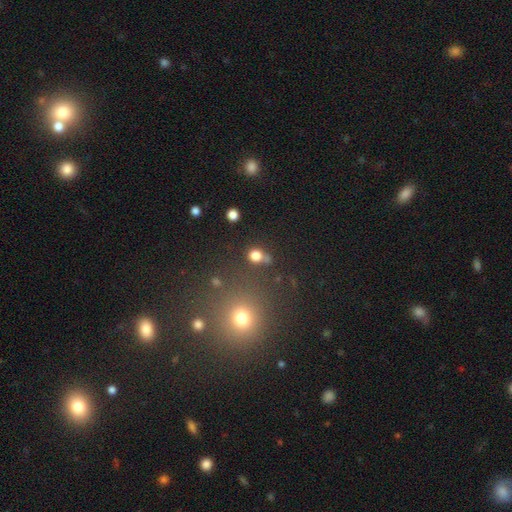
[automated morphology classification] Smooth or featured?
  - smooth: 77% *
  - star or artifact: 16%
  - featured or disk: 7%
How rounded?
  - round: 72% *
  - in between: 26%
  - cigar-shaped: 1%
Merging?
  - none: 62% *
  - merger: 16%
  - minor disturbance: 15%
  - major disturbance: 7%